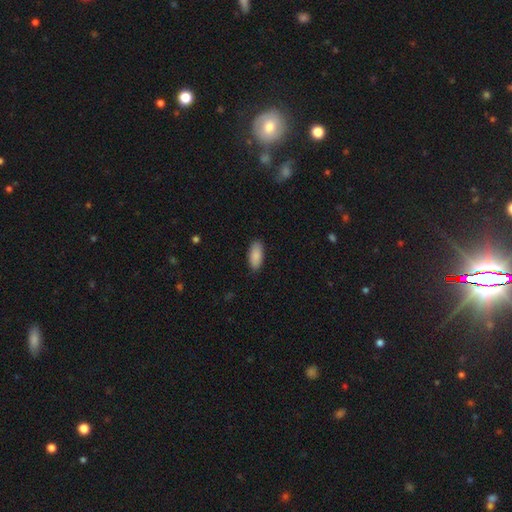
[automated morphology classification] smooth 90%, star or artifact 6%, featured or disk 4%. Down the decision tree: how rounded — in between (87%); merging — none (88%).